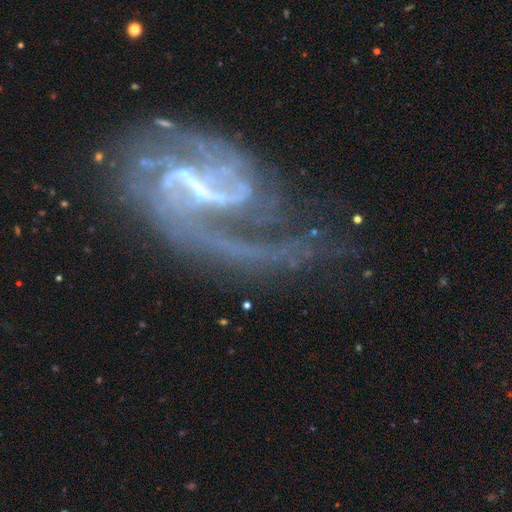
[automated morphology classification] type=featured or disk (87%); edge-on=no (96%); bar=strong (56%); spiral arms=yes (90%); winding=loose (48%); arm count=2 (64%); bulge=small (48%); merging=none (43%).